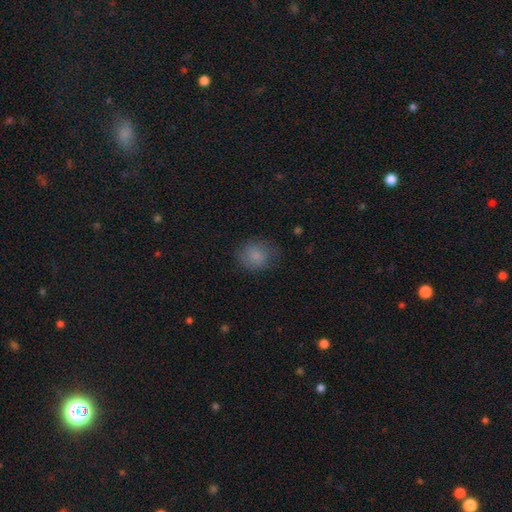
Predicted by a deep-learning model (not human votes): smooth_or_featured: smooth (p=0.82) [alt: star or artifact p=0.09]
how_rounded: round (p=0.69) [alt: in between p=0.30]
merging: none (p=0.72) [alt: minor disturbance p=0.20]